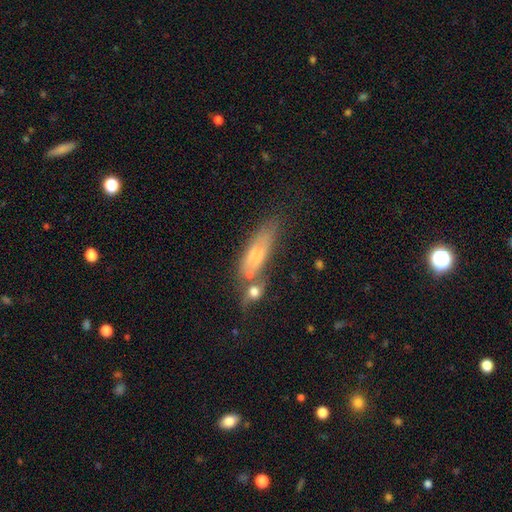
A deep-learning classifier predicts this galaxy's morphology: Smooth or featured? smooth (56%)
How rounded? cigar-shaped (53%)
Merging? none (42%)